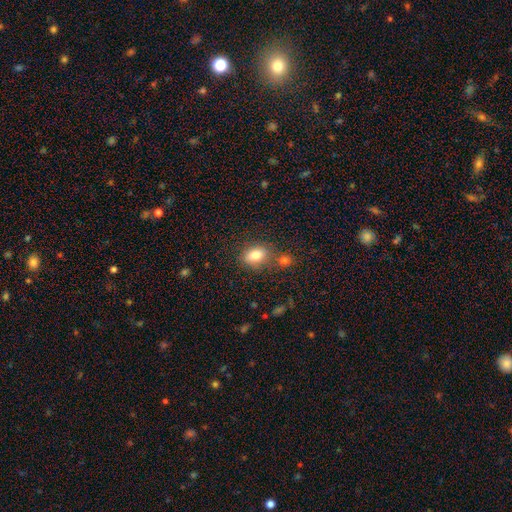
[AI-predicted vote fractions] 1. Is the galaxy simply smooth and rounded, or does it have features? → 81% smooth, 10% star or artifact, 9% featured or disk.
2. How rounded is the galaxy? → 73% in between, 26% round, 1% cigar-shaped.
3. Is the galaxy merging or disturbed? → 65% none, 17% merger, 13% minor disturbance, 4% major disturbance.